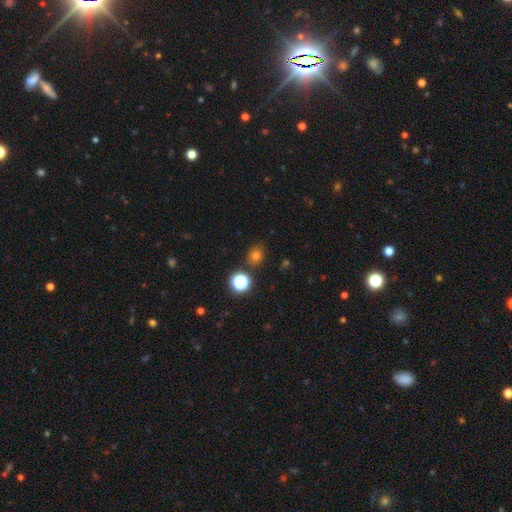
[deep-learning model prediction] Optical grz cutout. It shows a smooth galaxy with no disk features (71%) that is round (70%). Merging: none (83%).